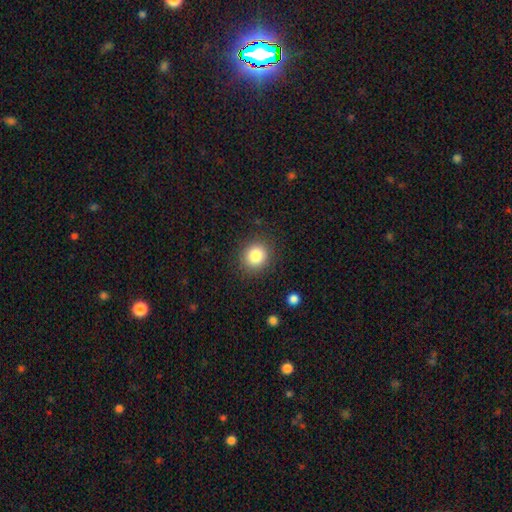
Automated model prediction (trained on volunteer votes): A smooth galaxy with no disk features (83%) that is round (82%).

Vote fractions:
- Smooth or featured? smooth: 83% / star or artifact: 11% / featured or disk: 7%
- How rounded? round: 82% / in between: 17% / cigar-shaped: 1%
- Merging? none: 88% / minor disturbance: 8% / major disturbance: 3% / merger: 1%